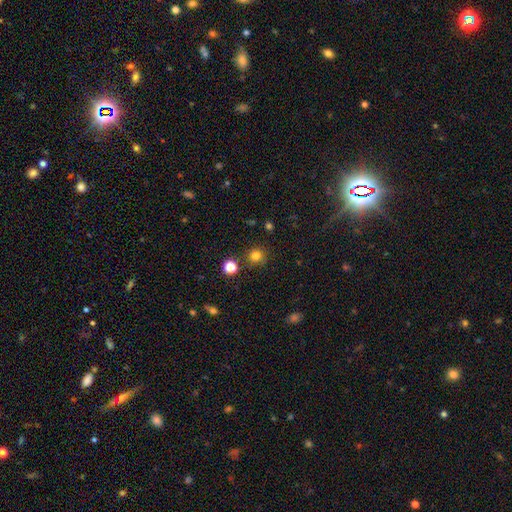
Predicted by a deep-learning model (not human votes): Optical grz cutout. It shows a smooth galaxy with no disk features (79%) that is round (92%). Merging: none (85%).